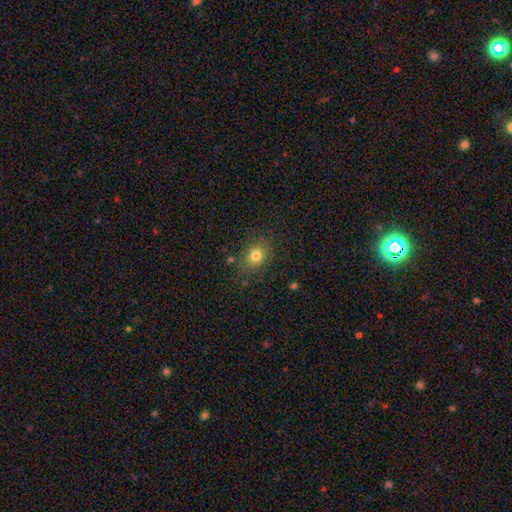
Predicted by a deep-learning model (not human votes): Overall: smooth (79%). How rounded: in between (50%; round 48%). Merging: none (80%).